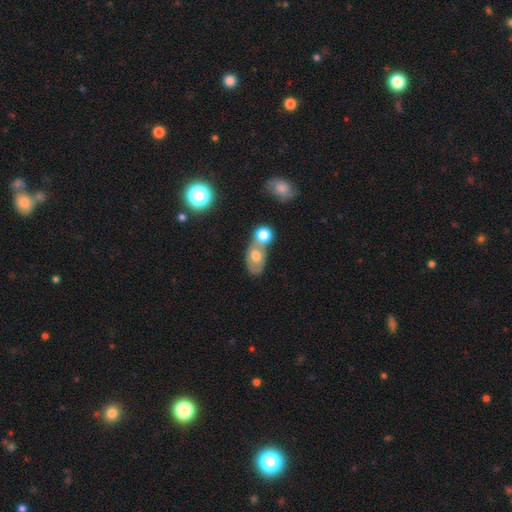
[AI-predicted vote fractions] smooth-or-featured: smooth: 59% | featured or disk: 31% | star or artifact: 11%
  how-rounded: in between: 77% | round: 21% | cigar-shaped: 3%
  merging: merger: 63% | none: 22% | minor disturbance: 9% | major disturbance: 6%